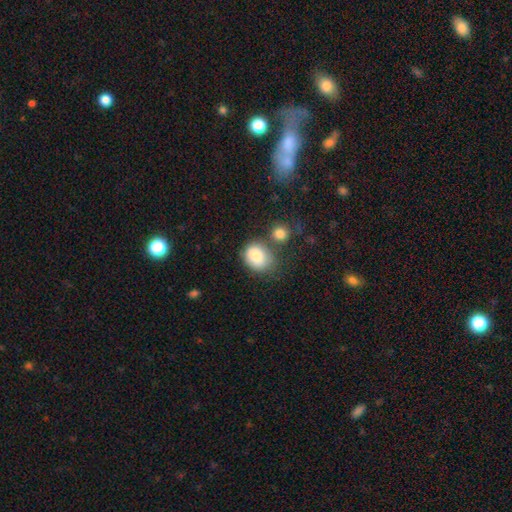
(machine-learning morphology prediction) smooth_or_featured: smooth (p=0.84) [alt: featured or disk p=0.08]
how_rounded: round (p=0.50) [alt: in between p=0.49]
merging: none (p=0.52) [alt: minor disturbance p=0.21]